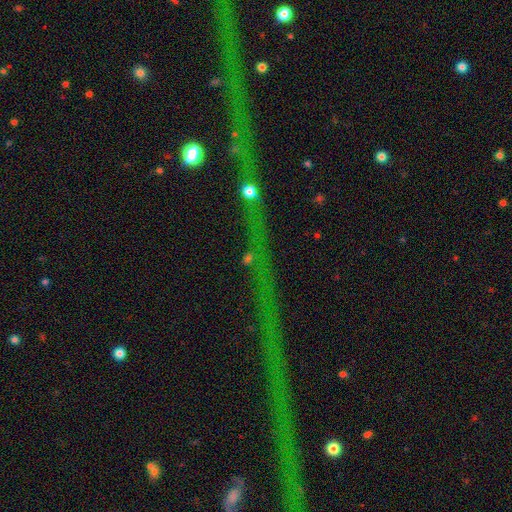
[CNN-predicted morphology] Smooth or featured? star or artifact (71%)